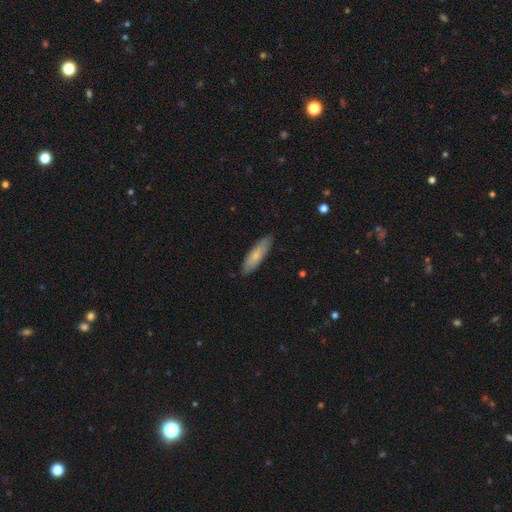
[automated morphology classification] Smooth or featured? Predicted: smooth (p=0.74). How rounded? Predicted: cigar-shaped (p=0.60). Merging? Predicted: none (p=0.85).